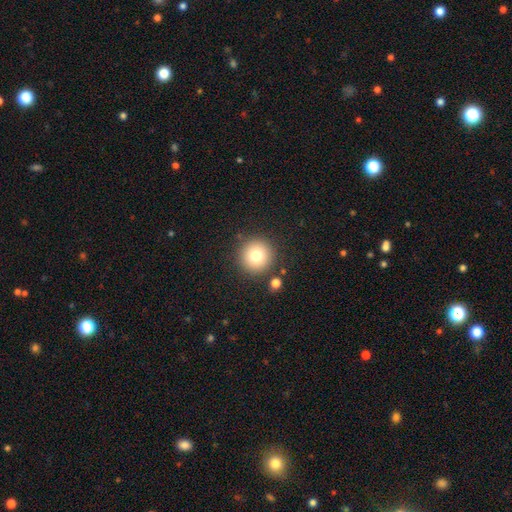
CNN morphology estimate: Smooth or featured? Predicted: smooth (p=0.77). How rounded? Predicted: round (p=0.96). Merging? Predicted: none (p=0.89).